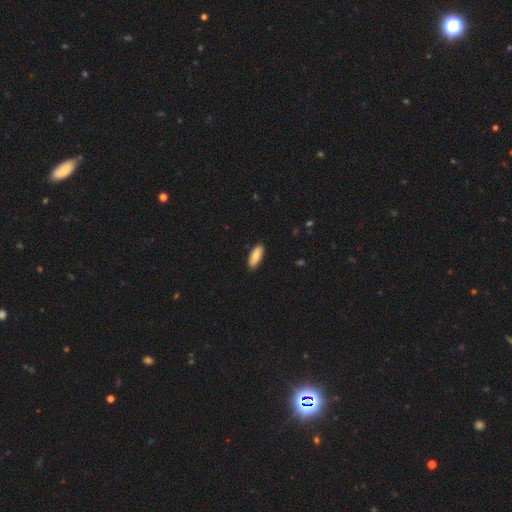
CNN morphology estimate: Q: Smooth or featured?
A: smooth (82%); runner-up: featured or disk (12%)
Q: How rounded?
A: in between (73%); runner-up: cigar-shaped (25%)
Q: Merging?
A: none (88%); runner-up: minor disturbance (9%)